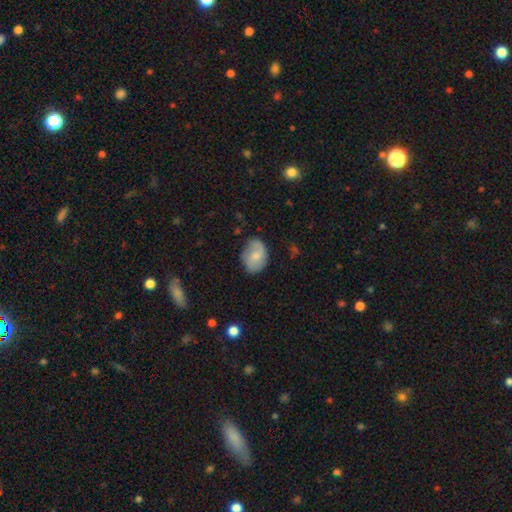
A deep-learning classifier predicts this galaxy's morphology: smooth_or_featured: smooth (p=0.56) [alt: featured or disk p=0.37]
how_rounded: in between (p=0.69) [alt: round p=0.30]
merging: none (p=0.66) [alt: minor disturbance p=0.25]